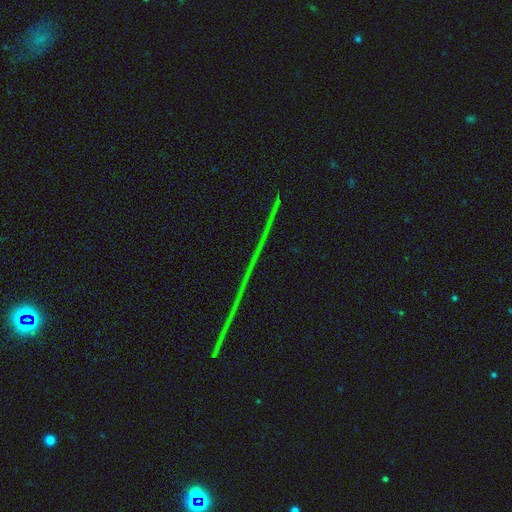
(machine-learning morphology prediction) This appears to be a star or artifact, not a galaxy (79%).